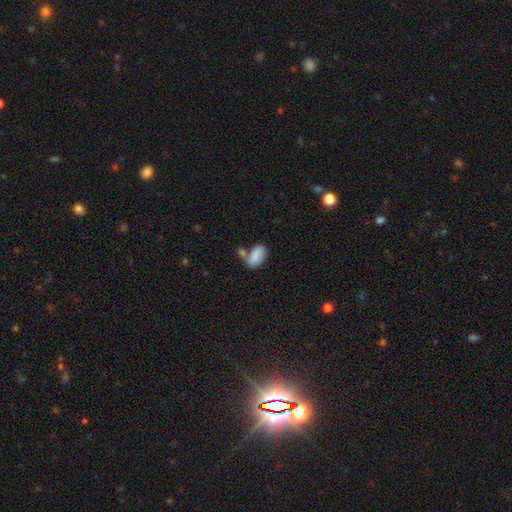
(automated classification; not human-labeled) A smooth galaxy with no disk features (84%) that is in between round and cigar-shaped (92%). Merging: none (42%).